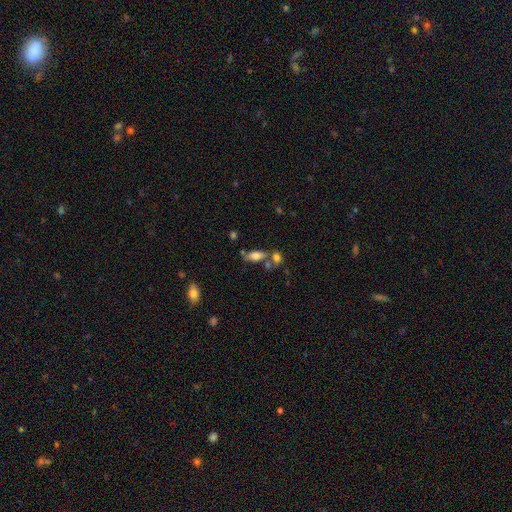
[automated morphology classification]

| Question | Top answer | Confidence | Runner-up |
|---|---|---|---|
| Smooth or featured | smooth | 72% | featured or disk (19%) |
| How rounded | in between | 79% | cigar-shaped (17%) |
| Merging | none | 58% | merger (23%) |